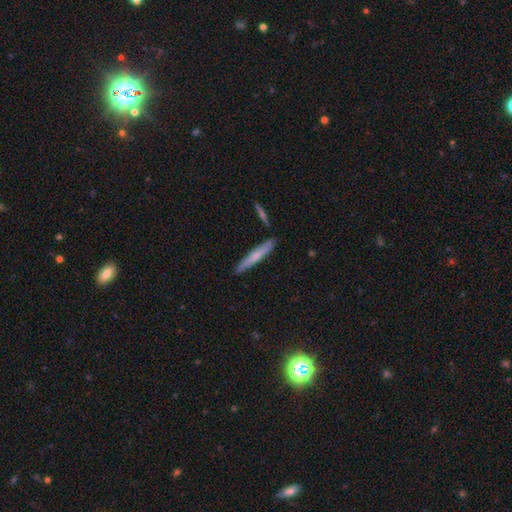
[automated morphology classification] Q: Smooth or featured?
A: smooth (62%); runner-up: featured or disk (32%)
Q: How rounded?
A: cigar-shaped (94%); runner-up: in between (5%)
Q: Merging?
A: none (86%); runner-up: minor disturbance (9%)